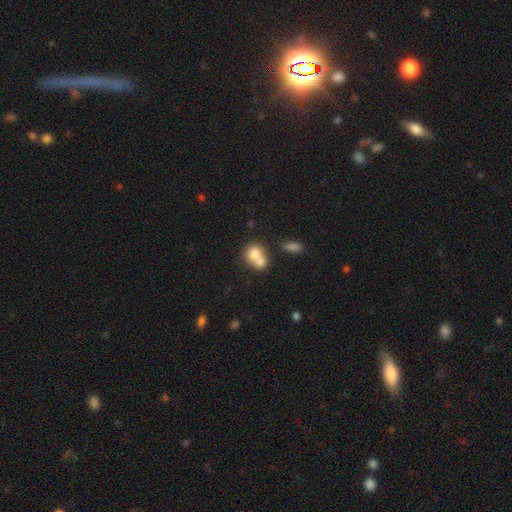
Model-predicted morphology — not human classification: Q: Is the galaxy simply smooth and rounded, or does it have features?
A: smooth — 73%.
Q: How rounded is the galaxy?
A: round — 68%.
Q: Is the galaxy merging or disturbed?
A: merger — 65%.